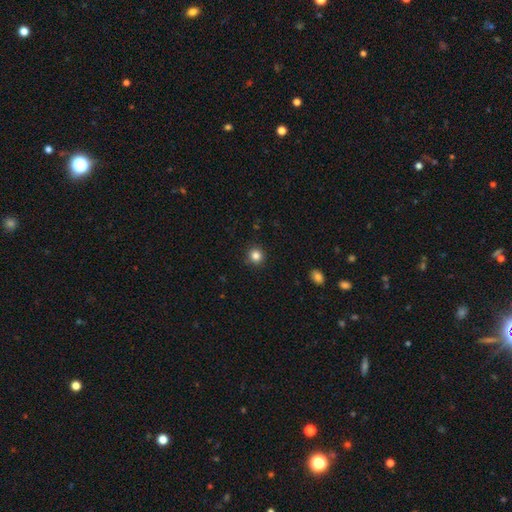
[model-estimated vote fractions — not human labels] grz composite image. It shows a smooth galaxy with no disk features (84%) that is round (93%). Merging: none (91%).